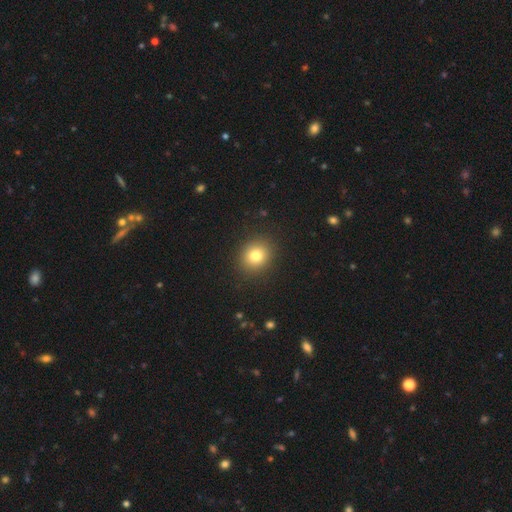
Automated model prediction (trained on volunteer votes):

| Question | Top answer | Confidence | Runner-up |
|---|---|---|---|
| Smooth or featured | smooth | 80% | star or artifact (12%) |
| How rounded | round | 75% | in between (24%) |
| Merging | none | 90% | minor disturbance (7%) |